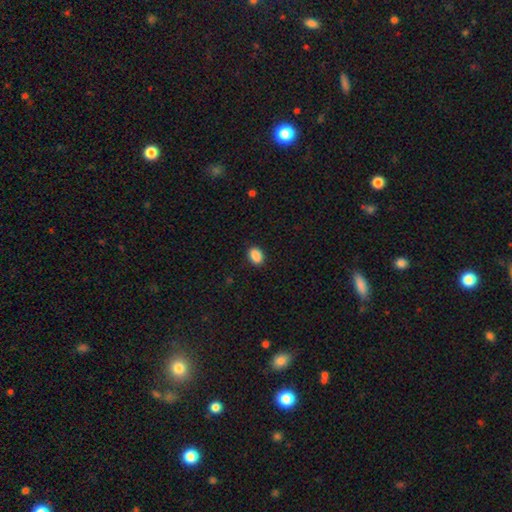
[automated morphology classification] Q: Smooth or featured?
A: smooth (89%); runner-up: star or artifact (8%)
Q: How rounded?
A: in between (80%); runner-up: round (19%)
Q: Merging?
A: none (89%); runner-up: minor disturbance (8%)